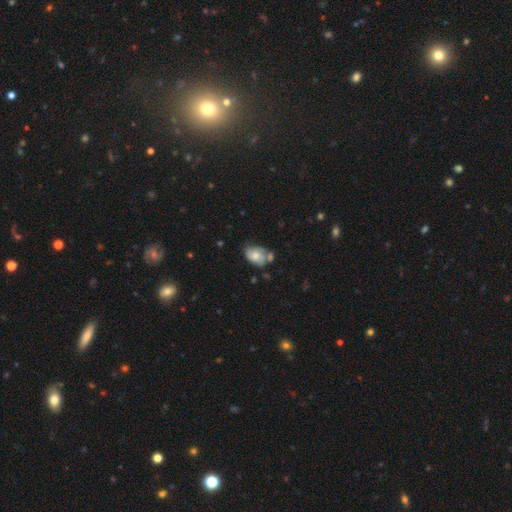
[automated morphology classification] Smooth or featured?
  - smooth: 57% *
  - featured or disk: 34%
  - star or artifact: 9%
How rounded?
  - in between: 80% *
  - round: 19%
  - cigar-shaped: 1%
Merging?
  - none: 42% *
  - minor disturbance: 28%
  - merger: 20%
  - major disturbance: 9%